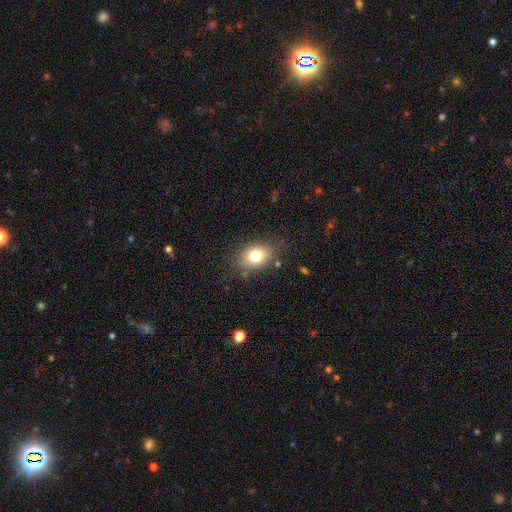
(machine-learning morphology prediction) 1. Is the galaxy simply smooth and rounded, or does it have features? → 77% smooth, 13% featured or disk, 10% star or artifact.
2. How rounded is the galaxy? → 74% in between, 25% round, 1% cigar-shaped.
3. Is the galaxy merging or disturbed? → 79% none, 14% minor disturbance, 5% major disturbance, 2% merger.